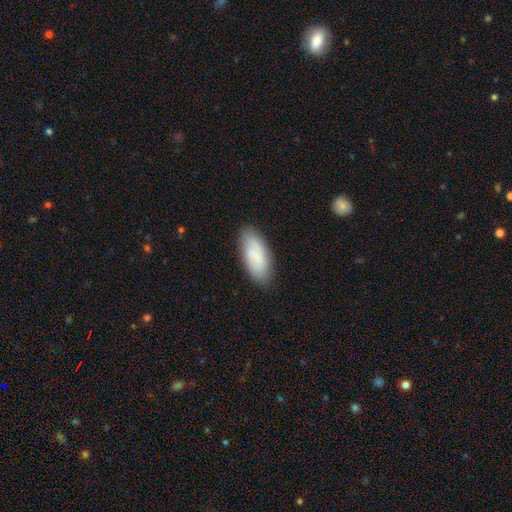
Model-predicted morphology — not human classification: Smooth or featured? Predicted: smooth (p=0.70). How rounded? Predicted: in between (p=0.86). Merging? Predicted: none (p=0.82).